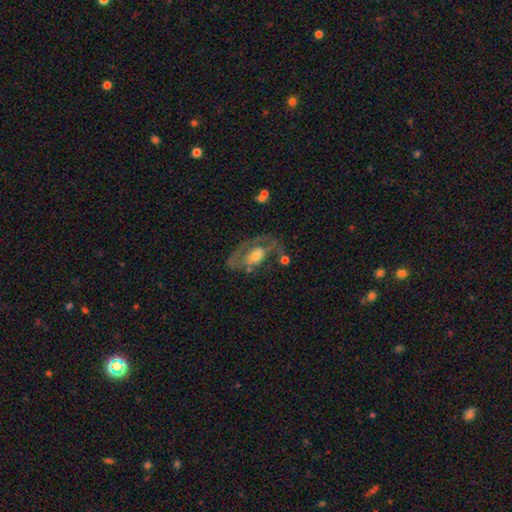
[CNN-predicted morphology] Smooth or featured? Predicted: featured or disk (p=0.69). Edge-on disk? Predicted: no (p=0.93). Bar? Predicted: no (p=0.69). Spiral arms? Predicted: yes (p=0.58). Bulge size? Predicted: moderate (p=0.53). Merging? Predicted: none (p=0.46).